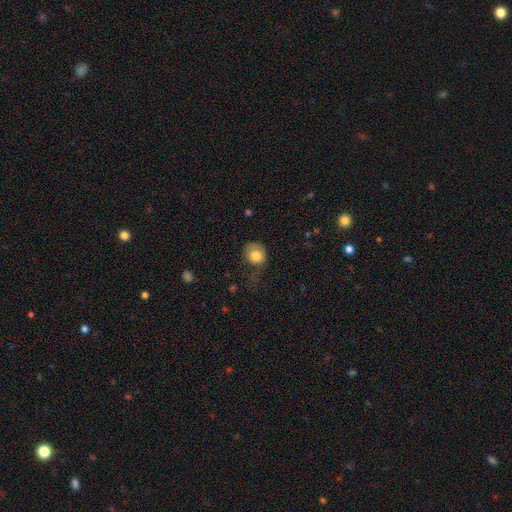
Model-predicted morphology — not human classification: smooth-or-featured: smooth: 79% | featured or disk: 13% | star or artifact: 8%
  how-rounded: round: 73% | in between: 26% | cigar-shaped: 1%
  merging: none: 44% | minor disturbance: 29% | major disturbance: 25% | merger: 2%